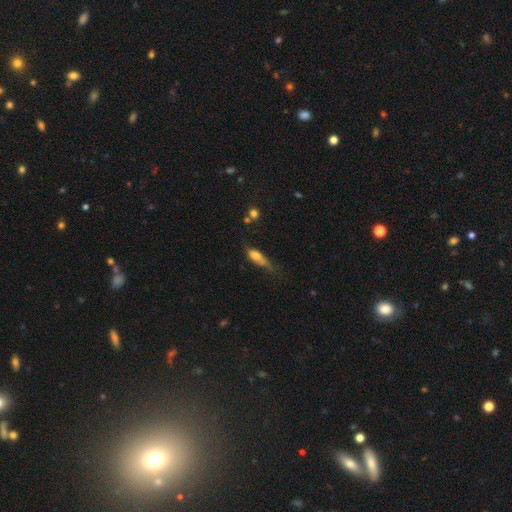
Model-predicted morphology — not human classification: Smooth or featured? Predicted: smooth (p=0.66). How rounded? Predicted: in between (p=0.66). Merging? Predicted: major disturbance (p=0.35).